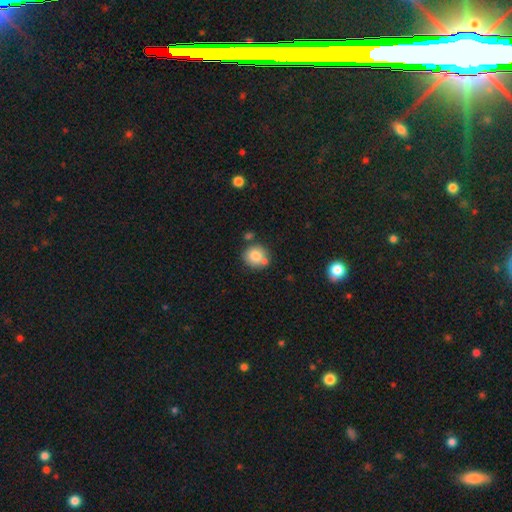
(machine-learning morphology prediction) Overall: smooth (78%). How rounded: round (85%). Merging: none (65%).